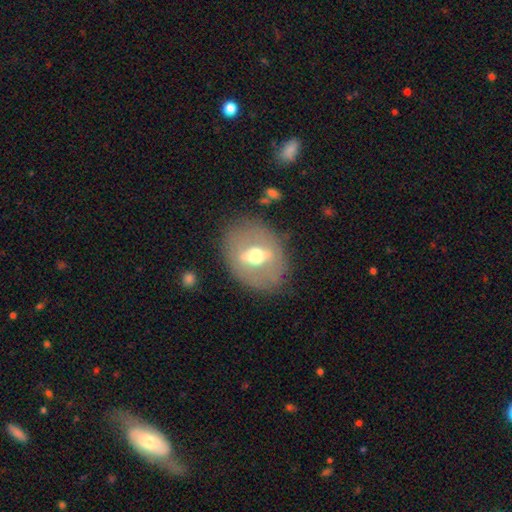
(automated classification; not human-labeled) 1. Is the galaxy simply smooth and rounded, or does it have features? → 65% featured or disk, 27% smooth, 8% star or artifact.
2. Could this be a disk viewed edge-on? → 78% no, 22% yes.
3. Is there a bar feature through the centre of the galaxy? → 61% strong, 27% weak, 12% no.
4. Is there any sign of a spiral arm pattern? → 88% no, 12% yes.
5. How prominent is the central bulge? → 69% moderate, 18% large, 10% small, 2% dominant, 1% none.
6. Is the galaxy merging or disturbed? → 79% none, 12% minor disturbance, 7% major disturbance, 2% merger.